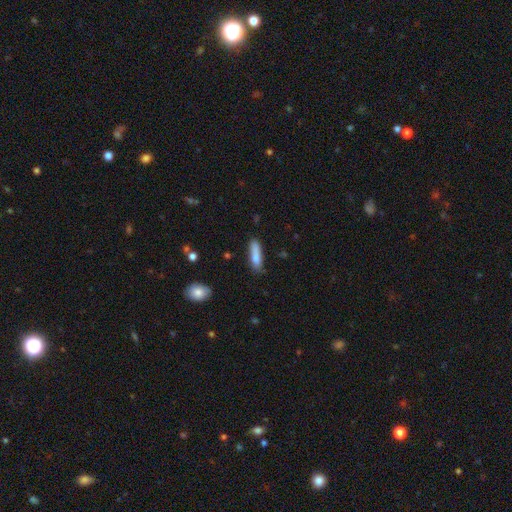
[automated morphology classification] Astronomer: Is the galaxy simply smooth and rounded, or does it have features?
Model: smooth — 76%.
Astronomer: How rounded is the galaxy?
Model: cigar-shaped — 67%.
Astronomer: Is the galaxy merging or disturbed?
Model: none — 68%.